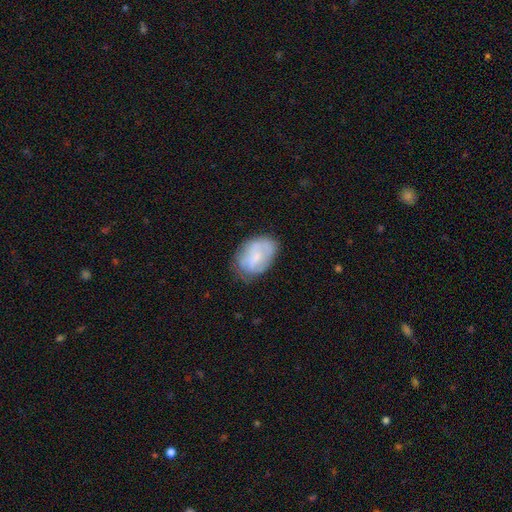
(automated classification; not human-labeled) Overall: smooth (57%; featured or disk 36%). How rounded: in between (84%). Merging: none (61%; minor disturbance 27%).